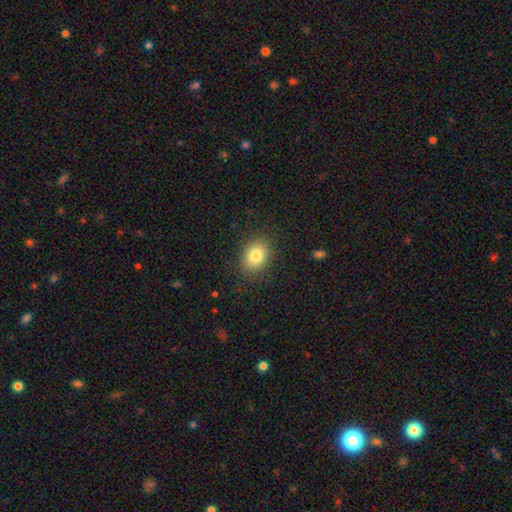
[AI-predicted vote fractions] Morphology: type=smooth (83%); roundness=in between (65%); merging=none (86%).